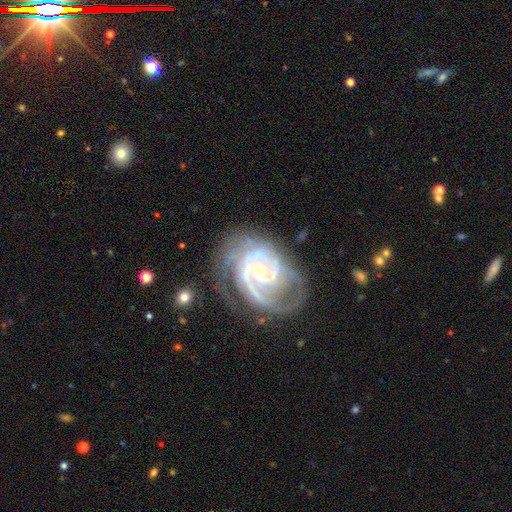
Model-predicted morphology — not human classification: Smooth or featured? featured or disk (90%)
Edge-on disk? no (97%)
Bar? no (66%)
Spiral arms? yes (96%)
Spiral winding? tight (65%)
Spiral arm count? 2 (34%)
Bulge size? moderate (66%)
Merging? none (54%)